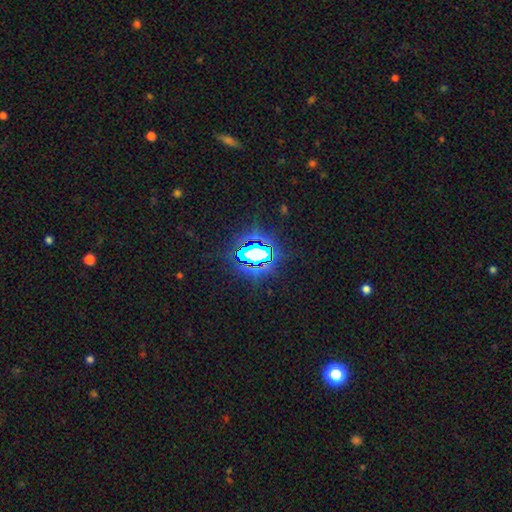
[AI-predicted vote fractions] Smooth or featured? star or artifact (74%)